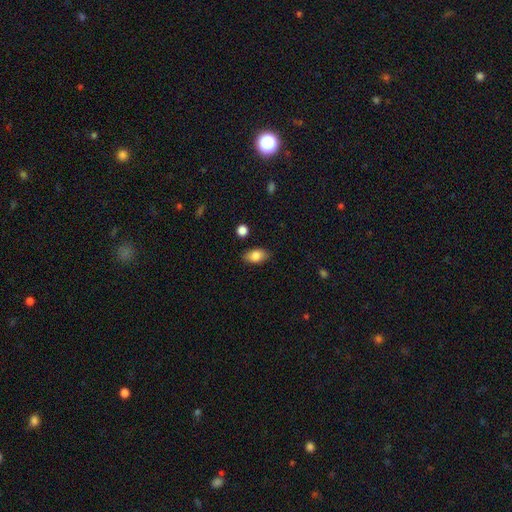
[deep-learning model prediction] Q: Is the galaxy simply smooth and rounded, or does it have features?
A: smooth — 83%.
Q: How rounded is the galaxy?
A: in between — 89%.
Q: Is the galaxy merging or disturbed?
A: none — 85%.